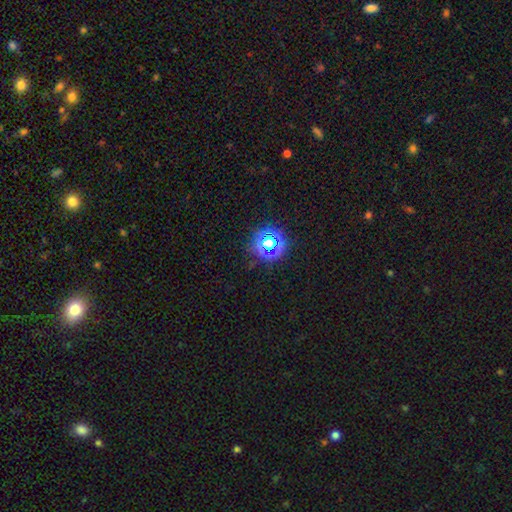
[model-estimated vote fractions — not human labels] Smooth or featured? Predicted: star or artifact (p=0.74).